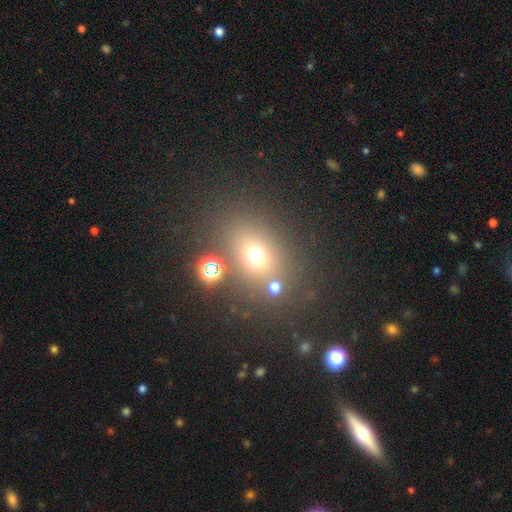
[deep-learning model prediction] This appears to be a smooth galaxy with no disk features (65%) that is round (51%). Merging: none (71%).